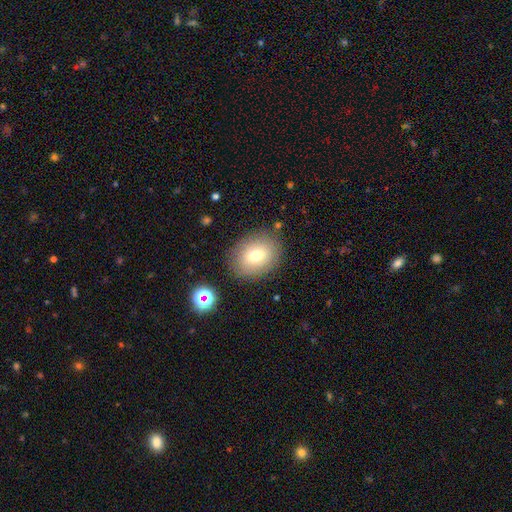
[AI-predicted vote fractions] A smooth galaxy with no disk features (70%) that is in between round and cigar-shaped (54%). Merging: none (82%).